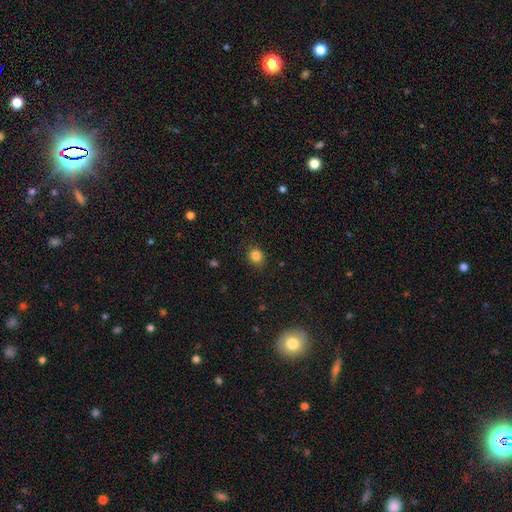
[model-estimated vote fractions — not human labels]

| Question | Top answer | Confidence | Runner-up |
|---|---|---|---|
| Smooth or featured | smooth | 84% | star or artifact (12%) |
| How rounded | round | 77% | in between (22%) |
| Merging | none | 88% | minor disturbance (8%) |